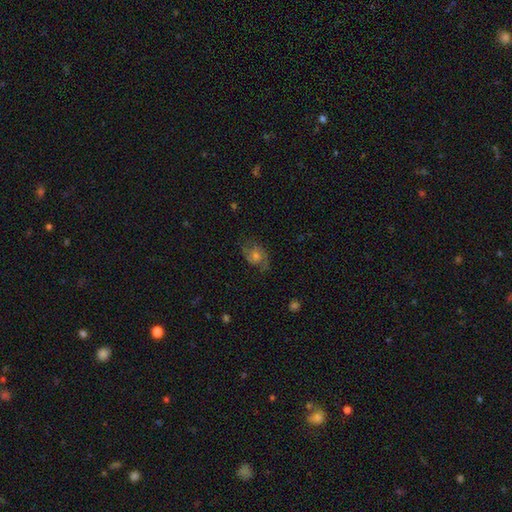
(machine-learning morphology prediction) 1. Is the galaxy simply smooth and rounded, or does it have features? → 68% featured or disk, 21% smooth, 11% star or artifact.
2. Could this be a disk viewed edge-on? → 97% no, 3% yes.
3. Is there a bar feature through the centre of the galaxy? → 68% no, 28% weak, 4% strong.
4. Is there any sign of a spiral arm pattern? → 91% yes, 9% no.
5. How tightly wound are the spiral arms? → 50% medium, 27% loose, 24% tight.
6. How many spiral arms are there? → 81% 2, 9% can't tell, 5% 1, 2% 3, 1% 4, 1% more than 4.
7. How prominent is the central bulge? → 48% moderate, 39% small, 6% large, 5% none, 1% dominant.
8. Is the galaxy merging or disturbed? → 69% none, 19% minor disturbance, 11% major disturbance, 1% merger.